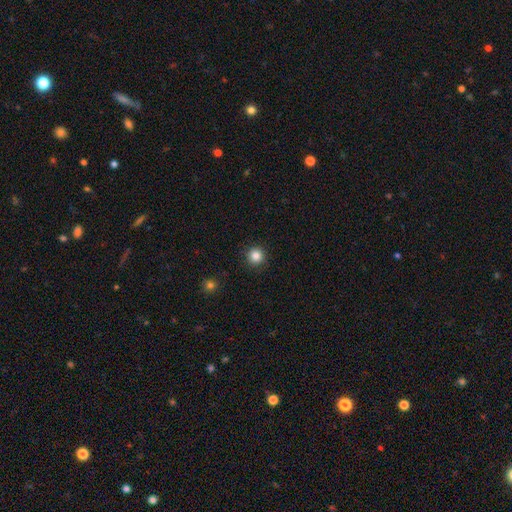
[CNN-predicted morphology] smooth 85%, star or artifact 11%, featured or disk 4%. Down the decision tree: how rounded — round (95%); merging — none (92%).